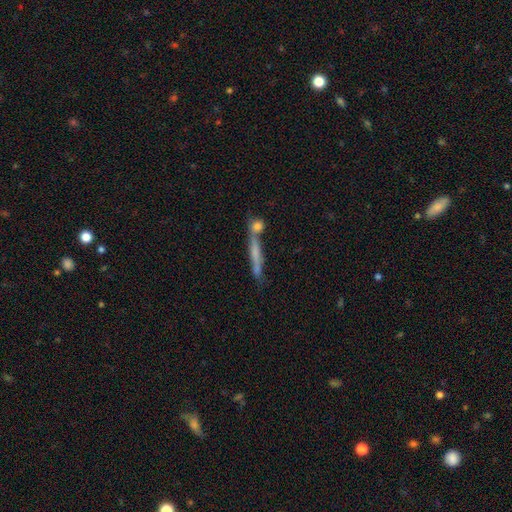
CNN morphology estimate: smooth_or_featured: smooth (p=0.48) [alt: featured or disk p=0.43]
merging: none (p=0.51) [alt: merger p=0.30]